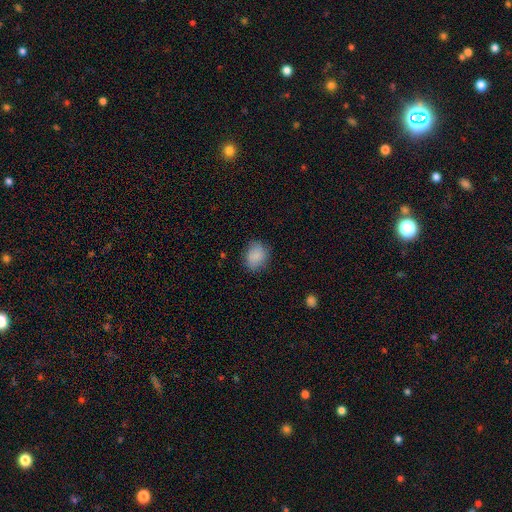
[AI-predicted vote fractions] A smooth galaxy with no disk features (87%) that is round (53%).

Vote fractions:
- Smooth or featured? smooth: 87% / star or artifact: 8% / featured or disk: 5%
- How rounded? round: 53% / in between: 46% / cigar-shaped: 1%
- Merging? none: 80% / minor disturbance: 15% / major disturbance: 4% / merger: 1%